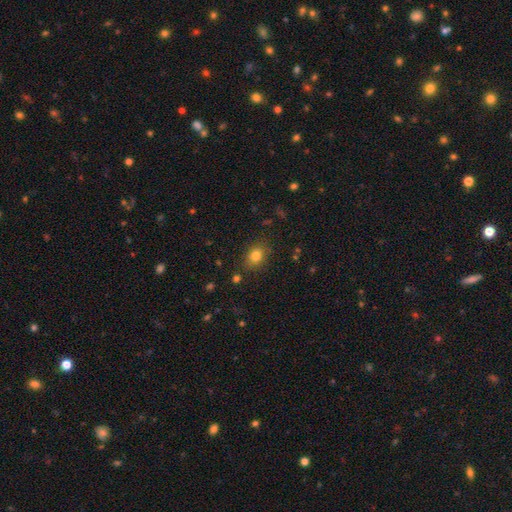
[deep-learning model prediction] smooth_or_featured: smooth (p=0.80) [alt: star or artifact p=0.12]
how_rounded: in between (p=0.59) [alt: round p=0.39]
merging: none (p=0.83) [alt: minor disturbance p=0.11]